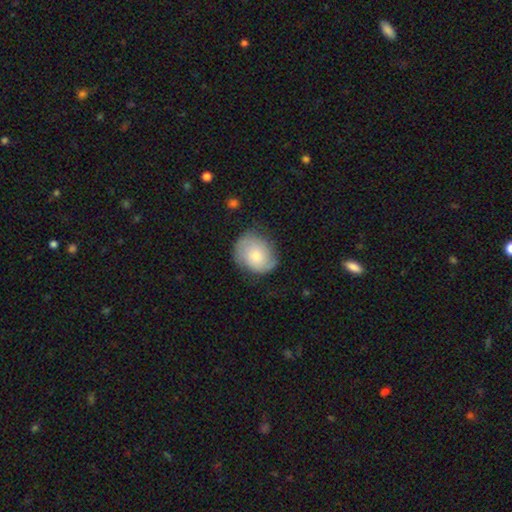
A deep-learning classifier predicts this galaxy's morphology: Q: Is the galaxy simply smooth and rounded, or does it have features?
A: smooth — 51%.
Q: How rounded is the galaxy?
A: round — 57%.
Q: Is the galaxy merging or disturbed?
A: none — 68%.